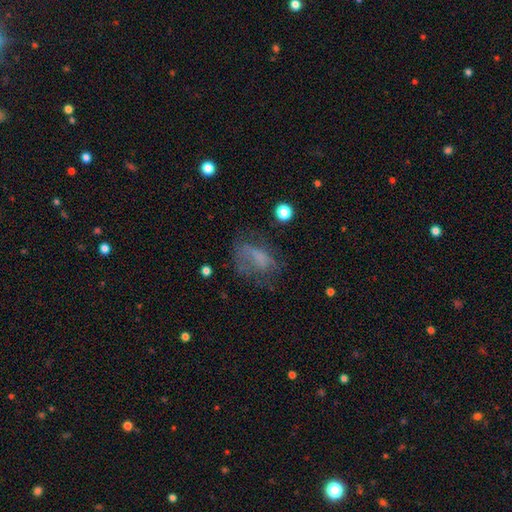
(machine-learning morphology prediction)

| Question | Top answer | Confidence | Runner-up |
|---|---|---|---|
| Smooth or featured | smooth | 45% | featured or disk (35%) |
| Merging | none | 45% | major disturbance (28%) |